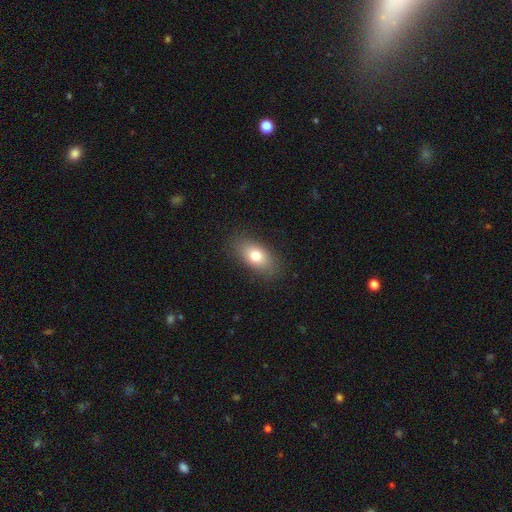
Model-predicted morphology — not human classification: Overall: smooth (76%). How rounded: in between (87%). Merging: none (85%).